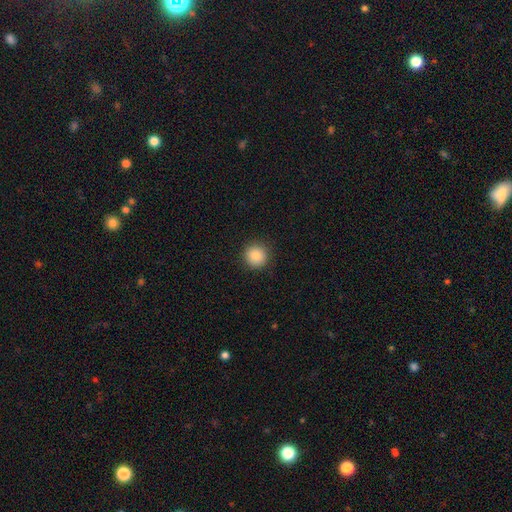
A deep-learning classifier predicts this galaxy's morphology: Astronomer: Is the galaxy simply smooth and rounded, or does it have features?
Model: smooth — 86%.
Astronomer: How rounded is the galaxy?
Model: round — 94%.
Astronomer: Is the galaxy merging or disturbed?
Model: none — 91%.